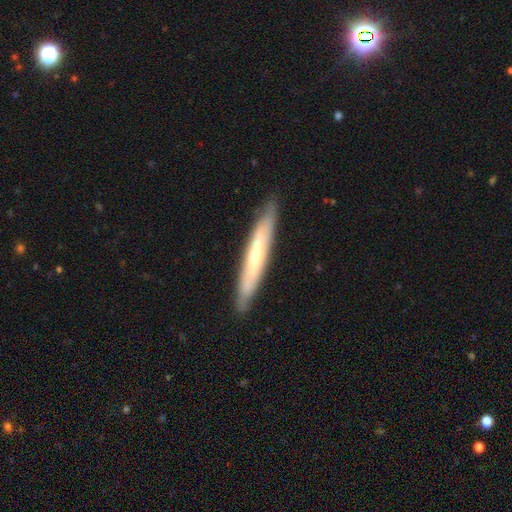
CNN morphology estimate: A featured or disk galaxy (57%) viewed edge-on (79%). Merging: none (87%).